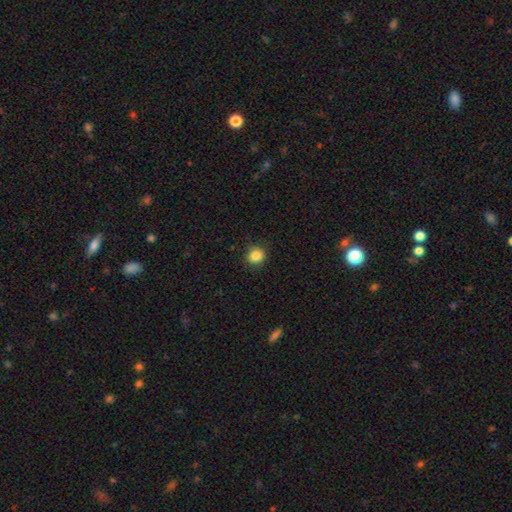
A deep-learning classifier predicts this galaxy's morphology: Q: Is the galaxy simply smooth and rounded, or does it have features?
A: smooth — 86%.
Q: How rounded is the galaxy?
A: round — 88%.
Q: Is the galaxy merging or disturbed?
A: none — 87%.